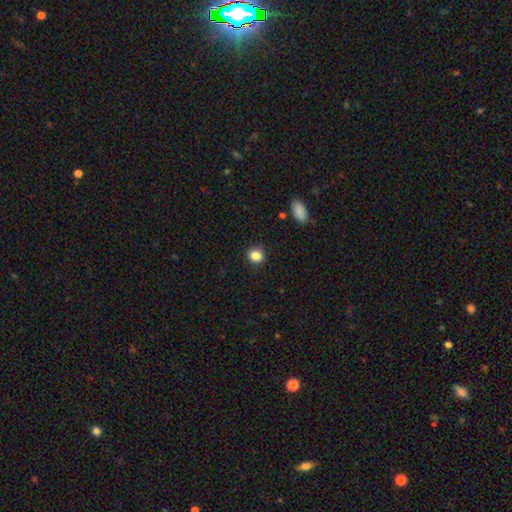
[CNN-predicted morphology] A smooth galaxy with no disk features (86%) that is round (84%).

Vote fractions:
- Smooth or featured? smooth: 86% / star or artifact: 10% / featured or disk: 4%
- How rounded? round: 84% / in between: 15% / cigar-shaped: 1%
- Merging? none: 89% / minor disturbance: 7% / major disturbance: 2% / merger: 1%